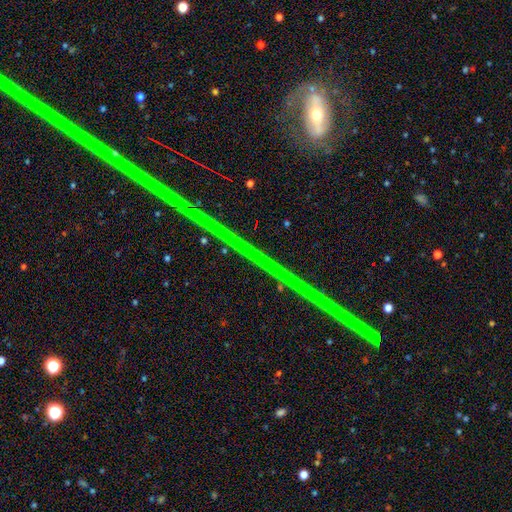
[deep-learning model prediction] Smooth or featured? Predicted: star or artifact (p=0.80).